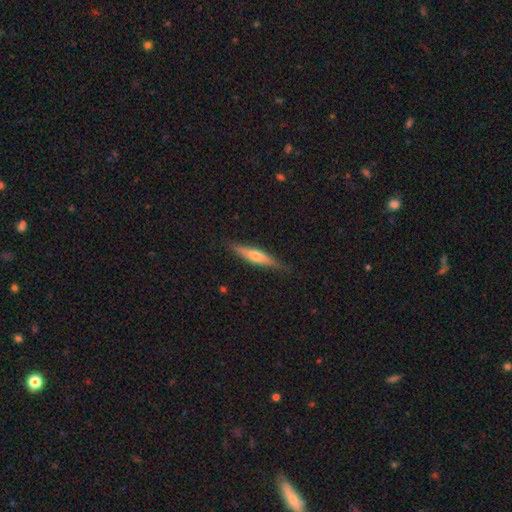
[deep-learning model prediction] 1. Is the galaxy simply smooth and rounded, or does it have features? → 48% featured or disk, 46% smooth, 6% star or artifact.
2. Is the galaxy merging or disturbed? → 86% none, 11% minor disturbance, 2% major disturbance, 1% merger.